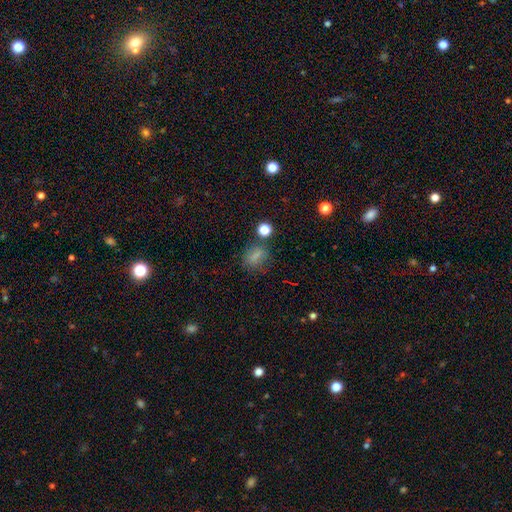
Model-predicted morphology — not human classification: This appears to be a smooth galaxy with no disk features (72%) that is round (52%). Merging: none (69%).